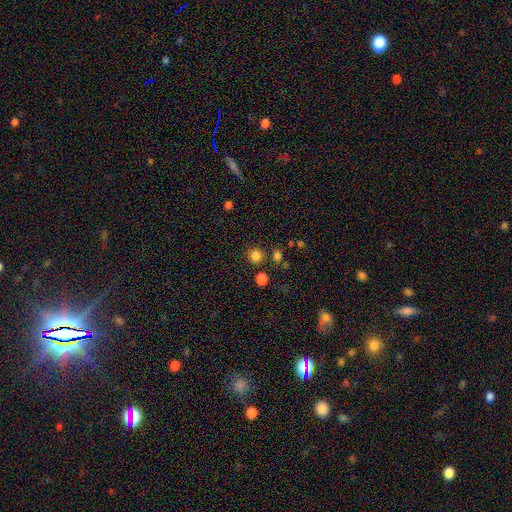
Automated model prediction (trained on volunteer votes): Smooth or featured: smooth — 82% (star or artifact — 14%)
How rounded: round — 93% (in between — 6%)
Merging: none — 85% (minor disturbance — 6%)